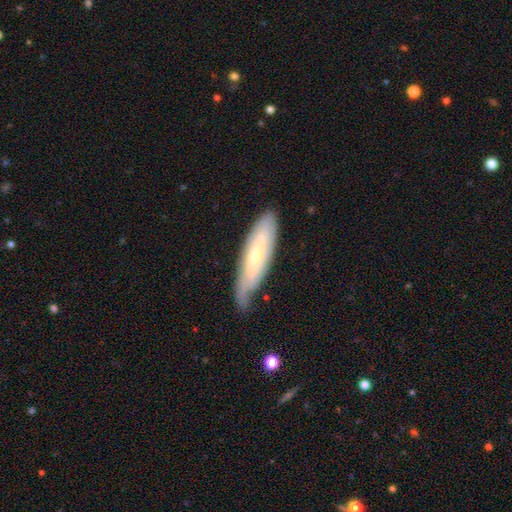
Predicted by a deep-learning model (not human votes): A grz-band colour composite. It shows a featured or disk galaxy (55%). Merging: none (61%).